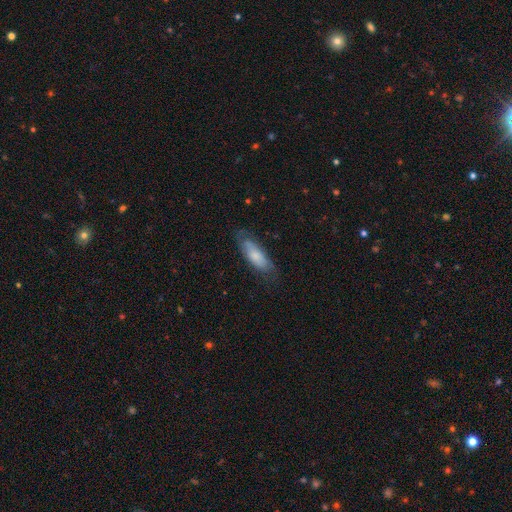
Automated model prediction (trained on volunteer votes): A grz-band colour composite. It shows a smooth galaxy with no disk features (70%) that is in between round and cigar-shaped (63%). Merging: none (64%).